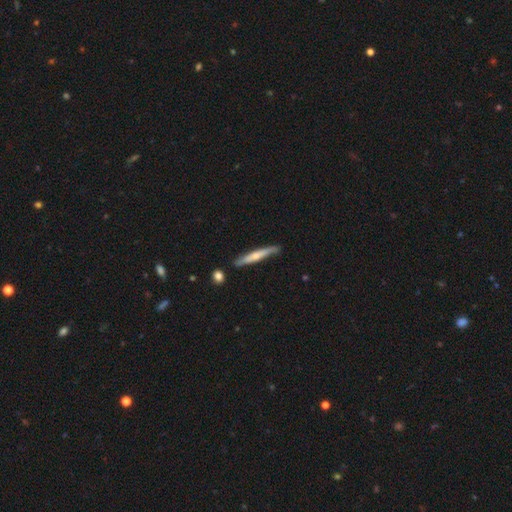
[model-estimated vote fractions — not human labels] This appears to be a smooth galaxy with no disk features (52%) that is cigar-shaped (94%). Merging: none (78%).